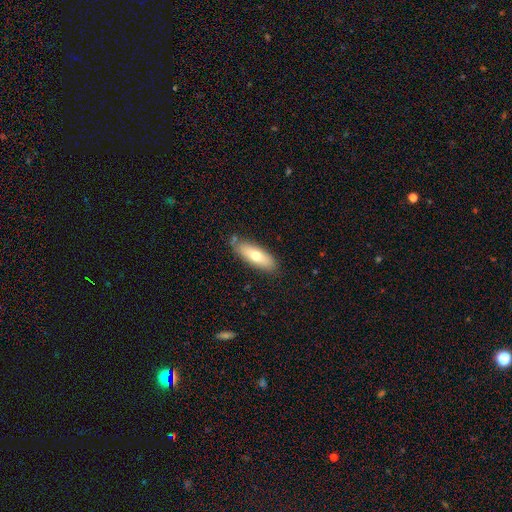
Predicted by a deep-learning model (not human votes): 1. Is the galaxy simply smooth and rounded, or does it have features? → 67% smooth, 26% featured or disk, 7% star or artifact.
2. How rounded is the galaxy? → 59% in between, 39% cigar-shaped, 2% round.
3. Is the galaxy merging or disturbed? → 79% none, 15% minor disturbance, 3% merger, 3% major disturbance.